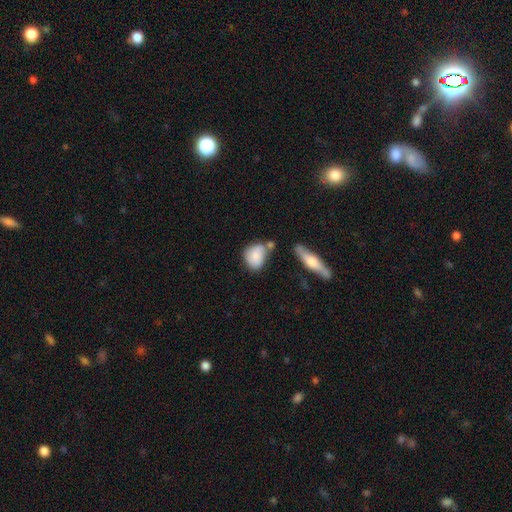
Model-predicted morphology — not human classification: Smooth or featured: smooth — 80% (featured or disk — 13%)
How rounded: in between — 61% (round — 36%)
Merging: none — 47% (minor disturbance — 25%)